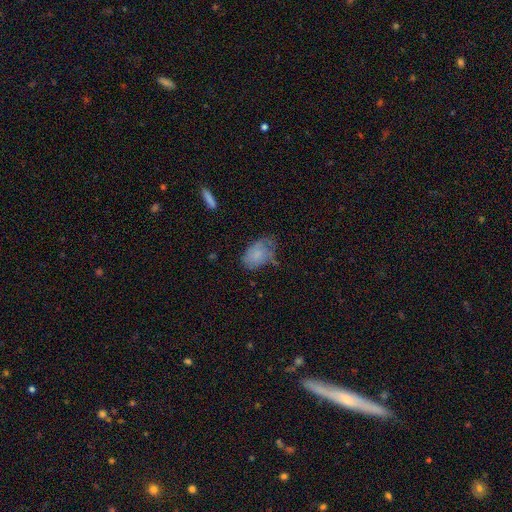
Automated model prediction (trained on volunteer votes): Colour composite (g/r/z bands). It shows a smooth galaxy with no disk features (73%) that is in between round and cigar-shaped (86%). Merging: none (39%).